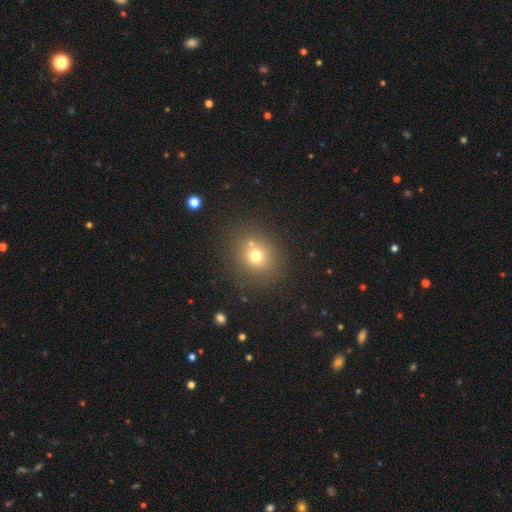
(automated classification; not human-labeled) This appears to be a smooth galaxy with no disk features (70%) that is round (80%). Merging: none (77%).